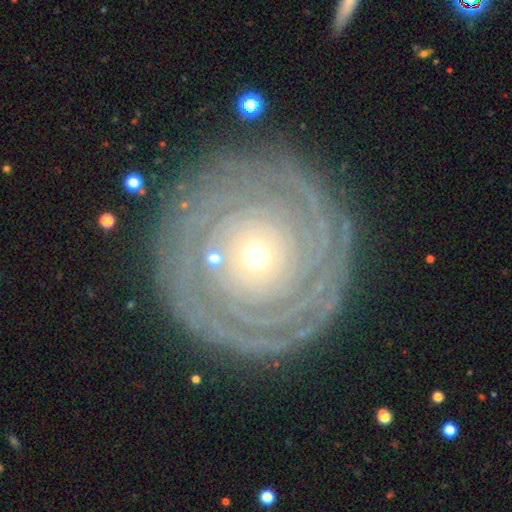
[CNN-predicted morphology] Smooth or featured?
  - featured or disk: 82% *
  - smooth: 11%
  - star or artifact: 7%
Edge-on disk?
  - no: 96% *
  - yes: 4%
Bar?
  - no: 86% *
  - weak: 9%
  - strong: 5%
Spiral arms?
  - yes: 92% *
  - no: 8%
Spiral winding?
  - tight: 90% *
  - medium: 8%
  - loose: 2%
Spiral arm count?
  - can't tell: 32% *
  - 2: 20%
  - 3: 15%
  - 4: 13%
  - more than 4: 13%
  - 1: 7%
Bulge size?
  - small: 69% *
  - moderate: 27%
  - large: 2%
  - dominant: 1%
  - none: 1%
Merging?
  - none: 85% *
  - minor disturbance: 10%
  - major disturbance: 4%
  - merger: 2%